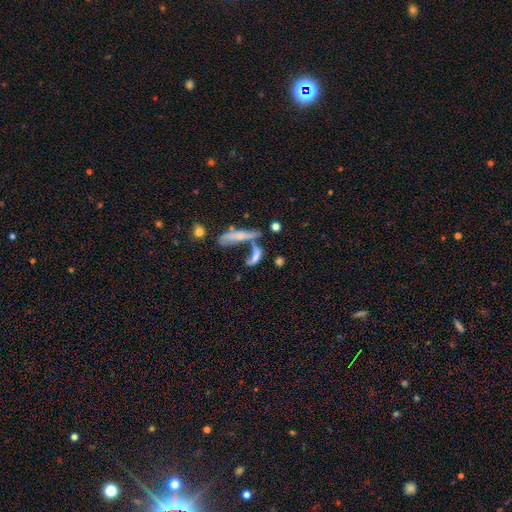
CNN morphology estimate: type=smooth (53%); roundness=cigar-shaped (57%); merging=merger (50%).